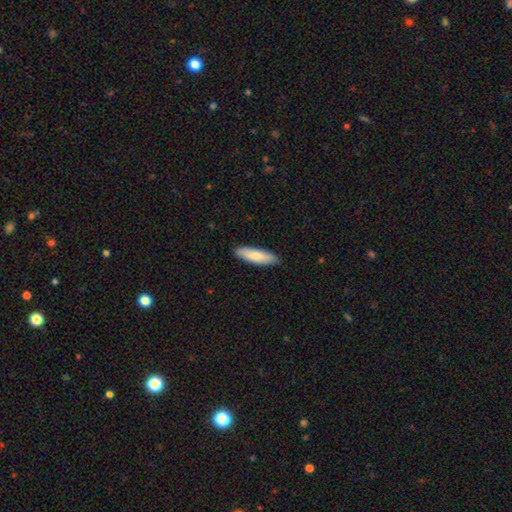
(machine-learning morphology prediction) smooth-or-featured: smooth: 76% | featured or disk: 19% | star or artifact: 5%
  how-rounded: cigar-shaped: 61% | in between: 37% | round: 2%
  merging: none: 88% | minor disturbance: 9% | major disturbance: 2% | merger: 1%